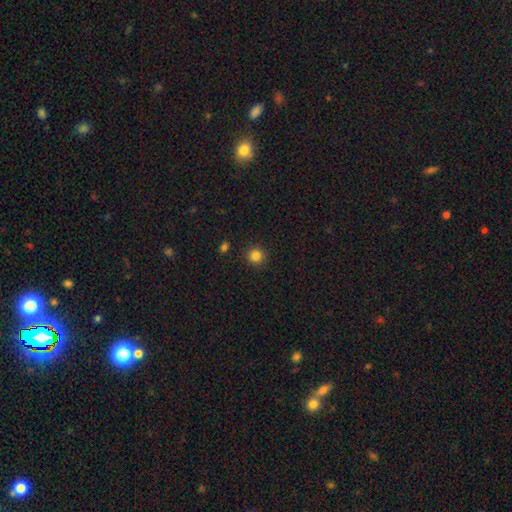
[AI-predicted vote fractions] smooth 84%, star or artifact 12%, featured or disk 4%. Down the decision tree: how rounded — round (94%); merging — none (91%).